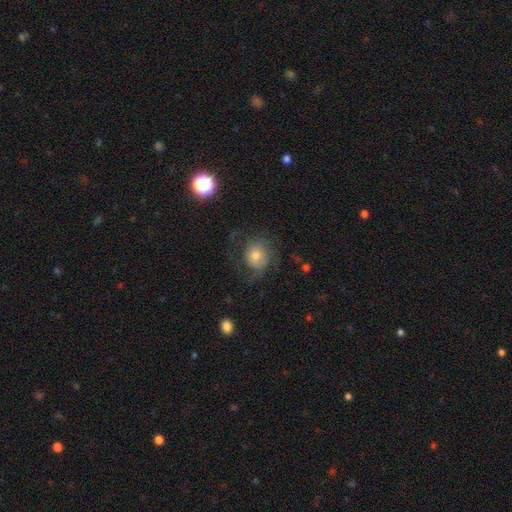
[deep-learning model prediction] Smooth or featured?
  - featured or disk: 47% *
  - smooth: 41%
  - star or artifact: 12%
Merging?
  - none: 58% *
  - major disturbance: 22%
  - minor disturbance: 18%
  - merger: 2%